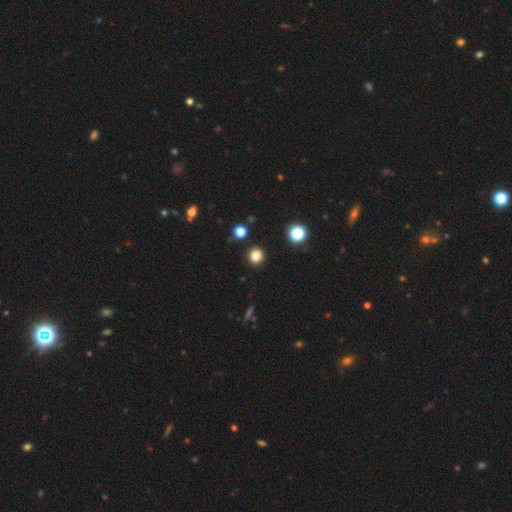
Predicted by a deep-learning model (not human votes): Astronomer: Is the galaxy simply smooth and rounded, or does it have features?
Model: smooth — 82%.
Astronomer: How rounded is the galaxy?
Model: round — 91%.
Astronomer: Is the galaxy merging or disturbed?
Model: none — 91%.